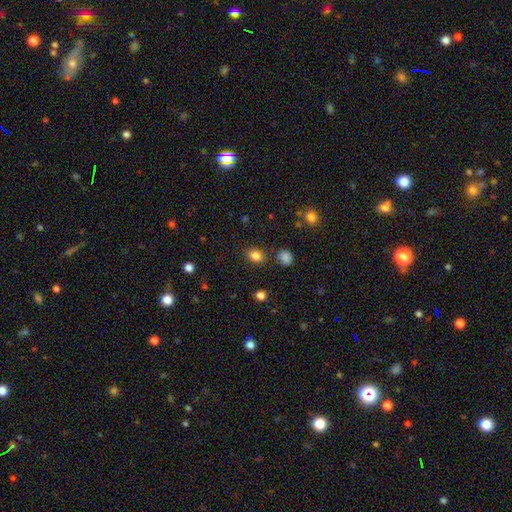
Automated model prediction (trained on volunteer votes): smooth_or_featured: smooth (p=0.84) [alt: star or artifact p=0.12]
how_rounded: in between (p=0.56) [alt: round p=0.43]
merging: none (p=0.82) [alt: minor disturbance p=0.10]